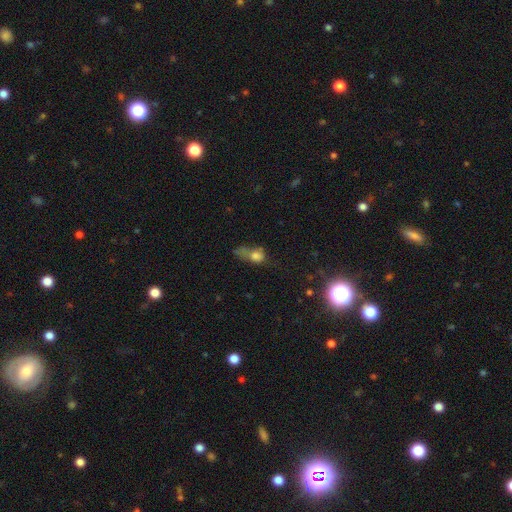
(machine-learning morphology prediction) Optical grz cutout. It shows a smooth galaxy with no disk features (66%) that is in between round and cigar-shaped (56%). Merging: major disturbance (39%).